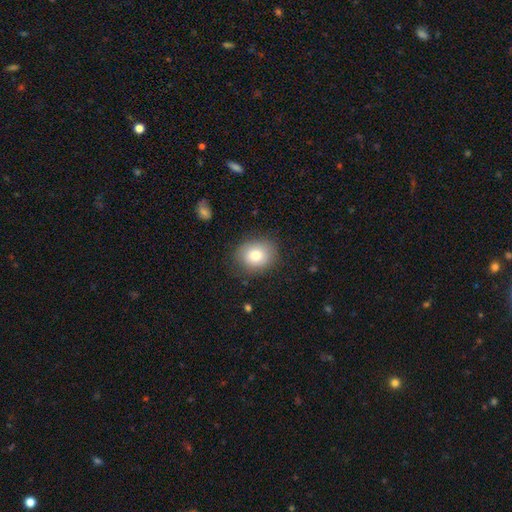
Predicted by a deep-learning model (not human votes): Smooth or featured?
  - smooth: 78% *
  - featured or disk: 12%
  - star or artifact: 9%
How rounded?
  - round: 58% *
  - in between: 41%
  - cigar-shaped: 1%
Merging?
  - none: 81% *
  - minor disturbance: 14%
  - major disturbance: 4%
  - merger: 1%